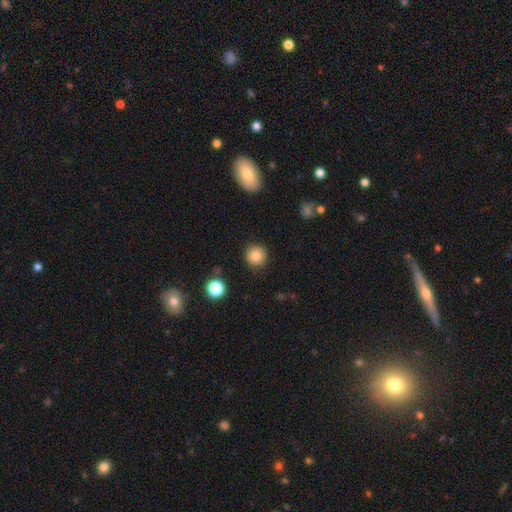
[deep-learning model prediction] Morphology: type=smooth (84%); roundness=round (94%); merging=none (90%).